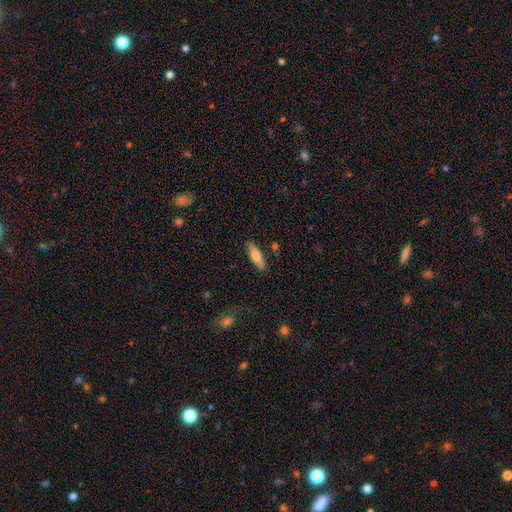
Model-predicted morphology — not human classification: smooth_or_featured: smooth (p=0.69) [alt: featured or disk p=0.25]
how_rounded: in between (p=0.51) [alt: cigar-shaped p=0.47]
merging: none (p=0.82) [alt: minor disturbance p=0.13]